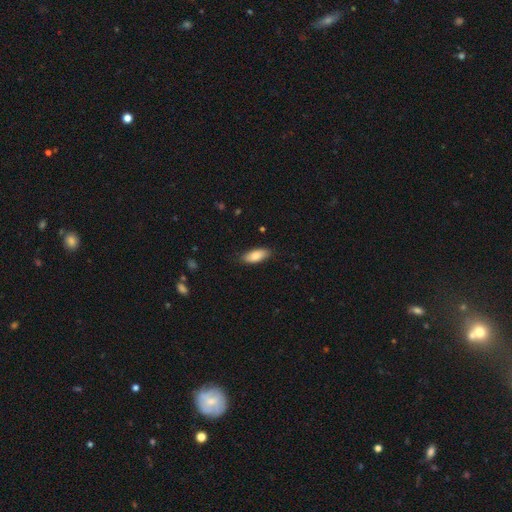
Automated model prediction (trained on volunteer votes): Smooth or featured? Predicted: smooth (p=0.84). How rounded? Predicted: in between (p=0.83). Merging? Predicted: none (p=0.85).